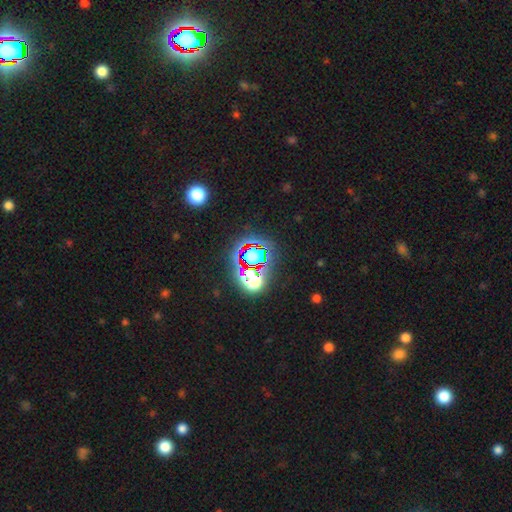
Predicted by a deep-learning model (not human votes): The model was most divided on "smooth or featured": star or artifact: 70%, smooth: 18%, featured or disk: 12%.